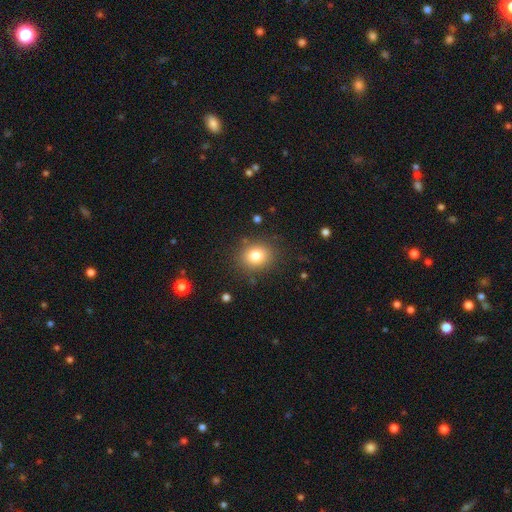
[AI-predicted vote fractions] smooth-or-featured: smooth: 80% | star or artifact: 12% | featured or disk: 8%
  how-rounded: round: 66% | in between: 33% | cigar-shaped: 1%
  merging: none: 85% | minor disturbance: 10% | major disturbance: 4% | merger: 2%